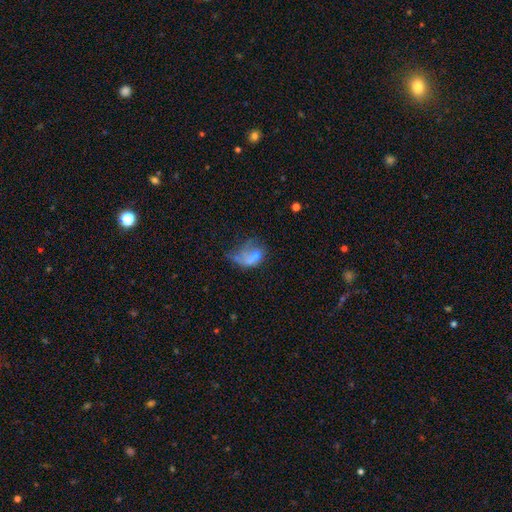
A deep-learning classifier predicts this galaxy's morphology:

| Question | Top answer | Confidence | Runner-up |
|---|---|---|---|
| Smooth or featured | smooth | 47% | featured or disk (39%) |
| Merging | major disturbance | 49% | none (20%) |